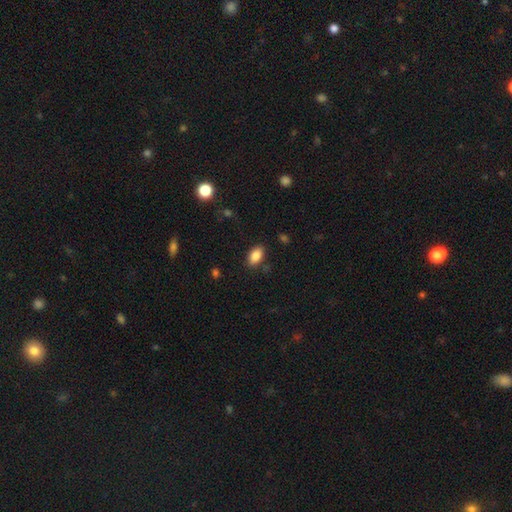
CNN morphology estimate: smooth_or_featured: smooth (p=0.86) [alt: star or artifact p=0.08]
how_rounded: in between (p=0.92) [alt: round p=0.05]
merging: none (p=0.84) [alt: minor disturbance p=0.11]